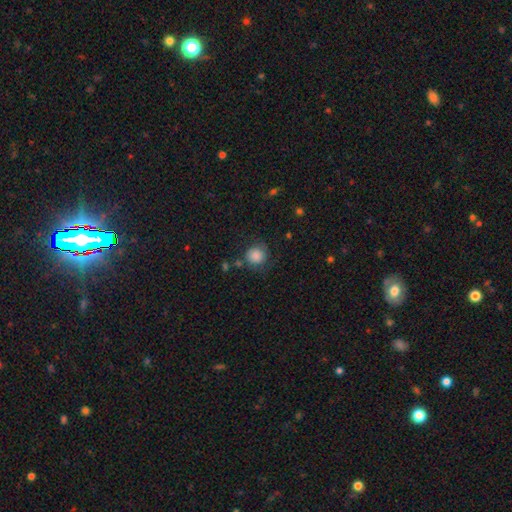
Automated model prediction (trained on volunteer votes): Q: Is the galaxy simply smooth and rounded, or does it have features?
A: smooth — 82%.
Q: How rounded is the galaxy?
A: round — 90%.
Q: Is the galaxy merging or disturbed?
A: none — 70%.